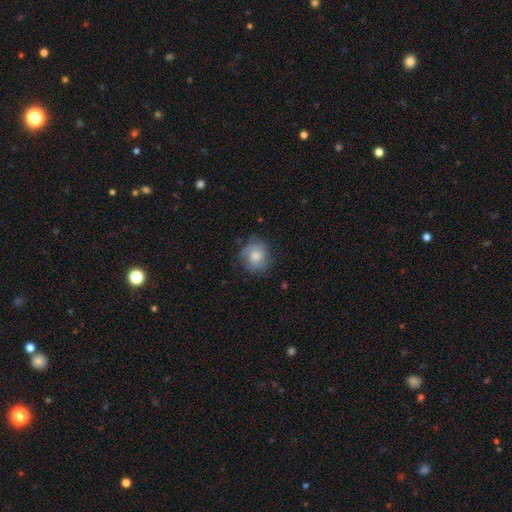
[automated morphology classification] This appears to be a smooth galaxy with no disk features (65%) that is round (84%). Merging: none (71%).